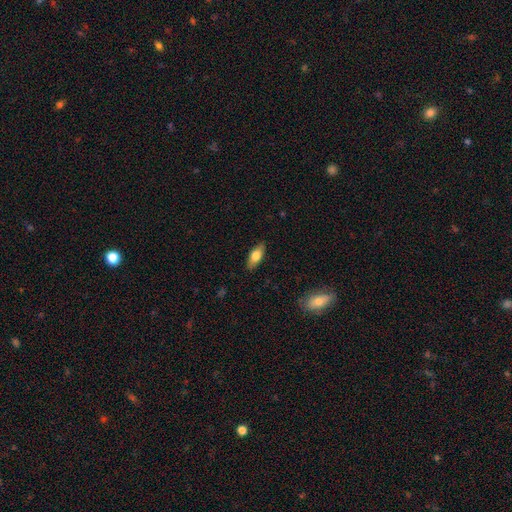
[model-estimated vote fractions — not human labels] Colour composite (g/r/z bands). It shows a smooth galaxy with no disk features (70%) that is in between round and cigar-shaped (75%). Merging: none (88%).